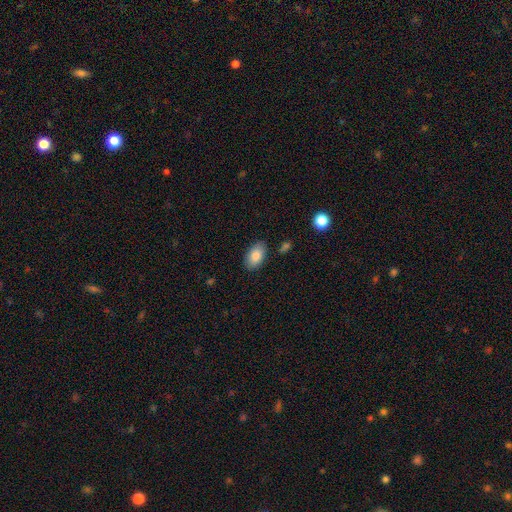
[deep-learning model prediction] Smooth or featured? Predicted: smooth (p=0.84). How rounded? Predicted: in between (p=0.93). Merging? Predicted: none (p=0.84).